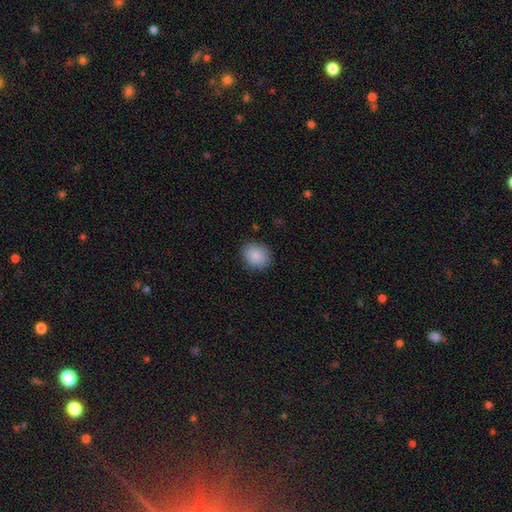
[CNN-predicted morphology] Smooth or featured? Predicted: smooth (p=0.86). How rounded? Predicted: round (p=0.66). Merging? Predicted: none (p=0.86).